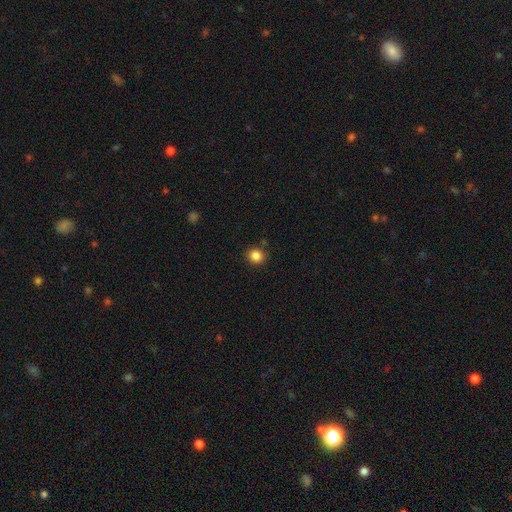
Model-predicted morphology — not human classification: This is clearly a smooth galaxy (85%). How rounded: clearly round (84%). Merging: clearly none (87%).